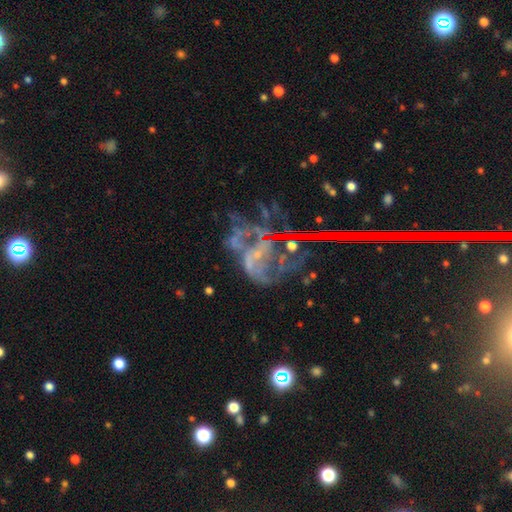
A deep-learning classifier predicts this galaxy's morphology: Smooth or featured?
  - featured or disk: 60% *
  - star or artifact: 27%
  - smooth: 13%
Edge-on disk?
  - no: 95% *
  - yes: 5%
Bar?
  - no: 71% *
  - weak: 19%
  - strong: 10%
Spiral arms?
  - no: 54% *
  - yes: 46%
Bulge size?
  - none: 57% *
  - small: 31%
  - moderate: 8%
  - large: 2%
  - dominant: 1%
Merging?
  - major disturbance: 45% *
  - none: 28%
  - minor disturbance: 16%
  - merger: 12%